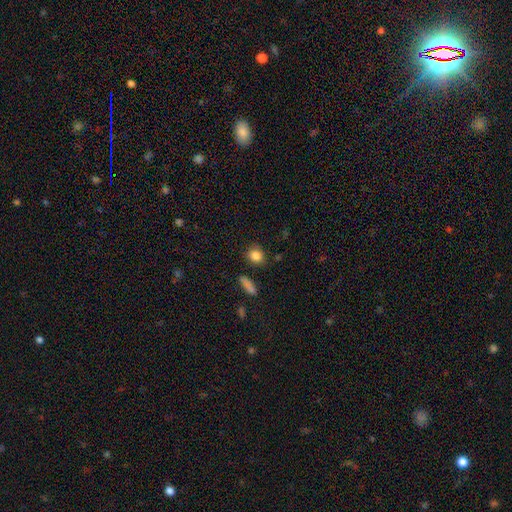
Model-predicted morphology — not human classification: Smooth or featured? Predicted: smooth (p=0.84). How rounded? Predicted: round (p=0.69). Merging? Predicted: none (p=0.81).